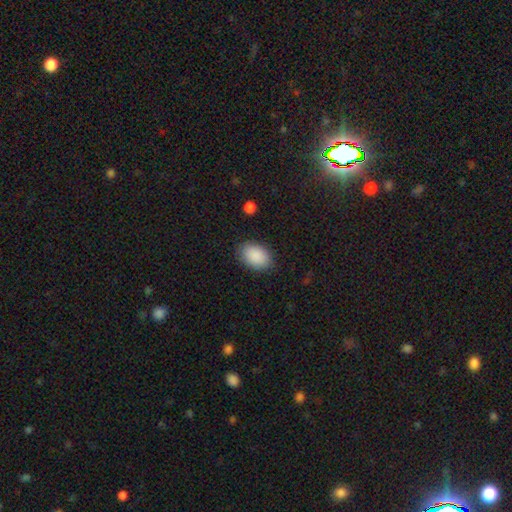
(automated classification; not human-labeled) The model was most divided on "how rounded": in between: 85%, round: 14%, cigar-shaped: 1%. More confident: smooth or featured — smooth (90%); merging — none (85%).